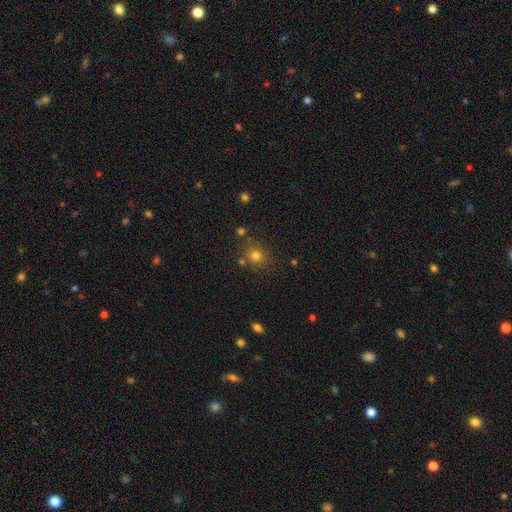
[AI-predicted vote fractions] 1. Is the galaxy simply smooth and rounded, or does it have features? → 76% smooth, 16% star or artifact, 8% featured or disk.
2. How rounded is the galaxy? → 83% round, 16% in between, 1% cigar-shaped.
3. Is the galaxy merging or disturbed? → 77% none, 11% minor disturbance, 8% merger, 4% major disturbance.